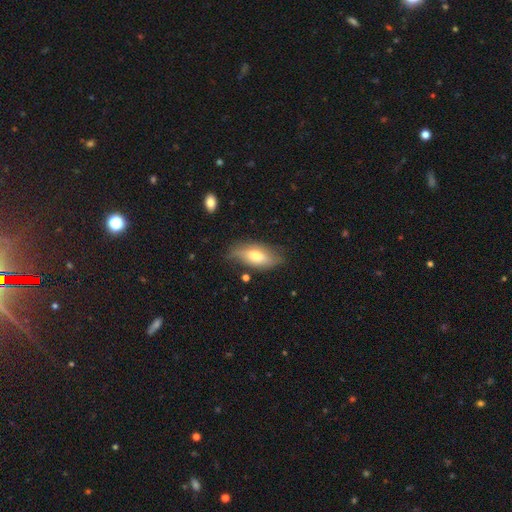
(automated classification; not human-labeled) Smooth or featured: smooth — 65% (featured or disk — 28%)
How rounded: in between — 81% (cigar-shaped — 16%)
Merging: none — 65% (minor disturbance — 27%)